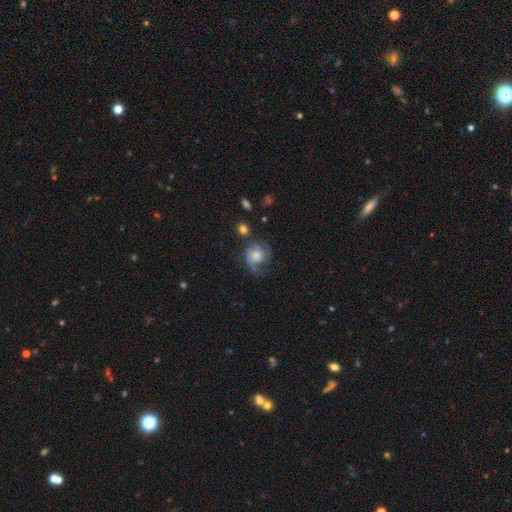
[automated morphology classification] This is possibly a smooth galaxy (58%). How rounded: likely round (76%). Merging: possibly none (46%).